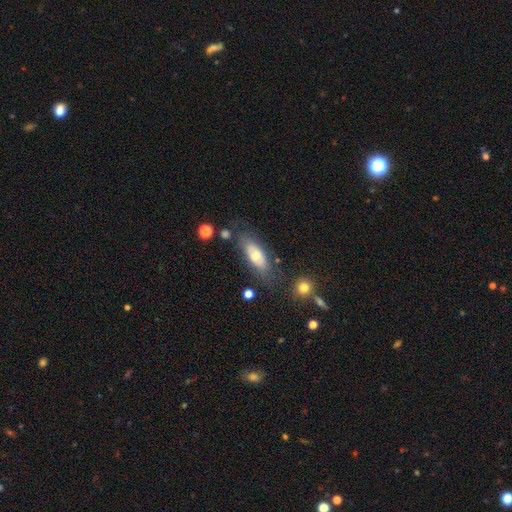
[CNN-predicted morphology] type=smooth (54%); roundness=in between (75%); merging=none (69%).